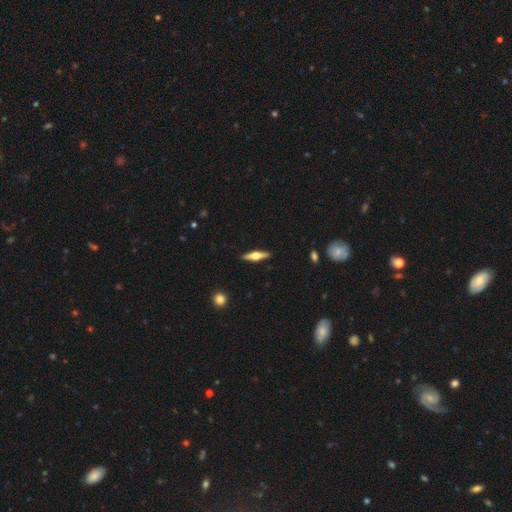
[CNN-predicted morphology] This is likely a featured or disk galaxy (61%). It is clearly viewed edge-on (96%). Edge-on bulge: clearly rounded (94%). Merging: clearly none (91%).